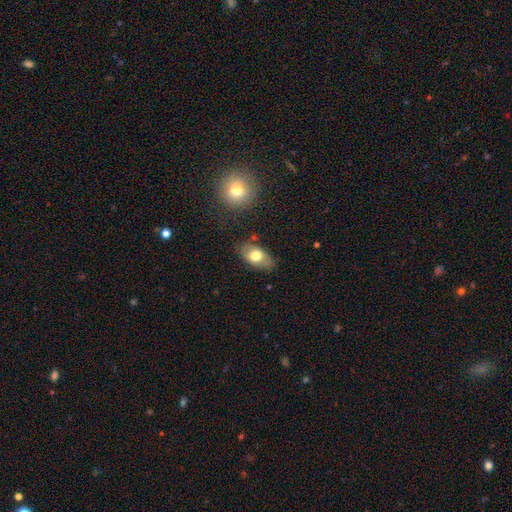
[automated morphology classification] The model was most divided on "smooth or featured": smooth: 70%, featured or disk: 23%, star or artifact: 8%. More confident: how rounded — in between (90%); merging — none (76%).